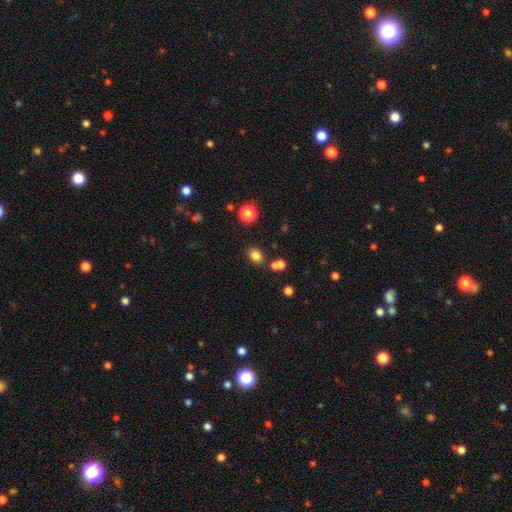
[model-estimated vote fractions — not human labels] Smooth or featured: smooth — 81% (star or artifact — 14%)
How rounded: round — 53% (in between — 46%)
Merging: none — 76% (merger — 11%)